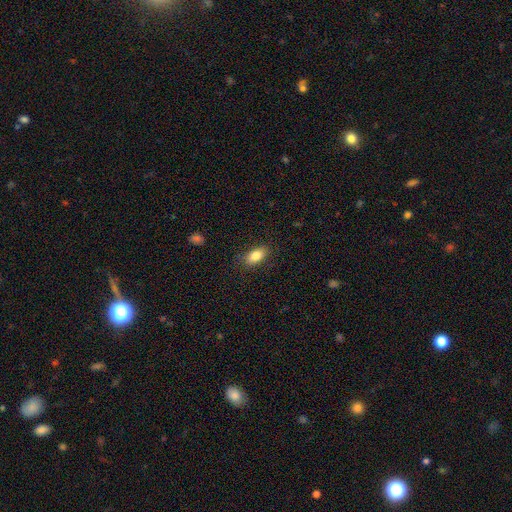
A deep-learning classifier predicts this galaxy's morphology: This appears to be a smooth galaxy with no disk features (84%) that is in between round and cigar-shaped (89%). Merging: none (84%).